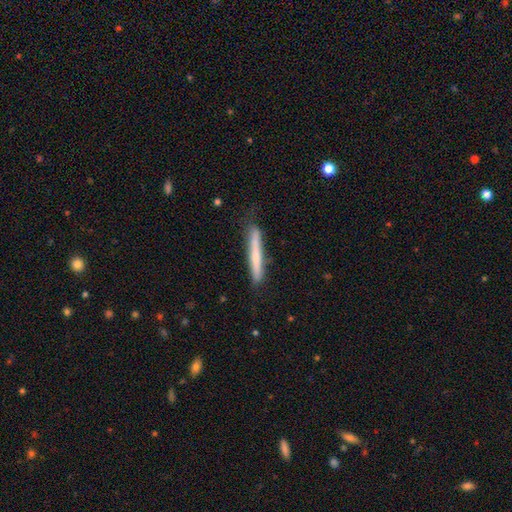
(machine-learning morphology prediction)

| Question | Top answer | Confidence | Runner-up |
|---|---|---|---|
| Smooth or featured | smooth | 59% | featured or disk (35%) |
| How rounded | cigar-shaped | 96% | in between (3%) |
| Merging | none | 80% | minor disturbance (16%) |